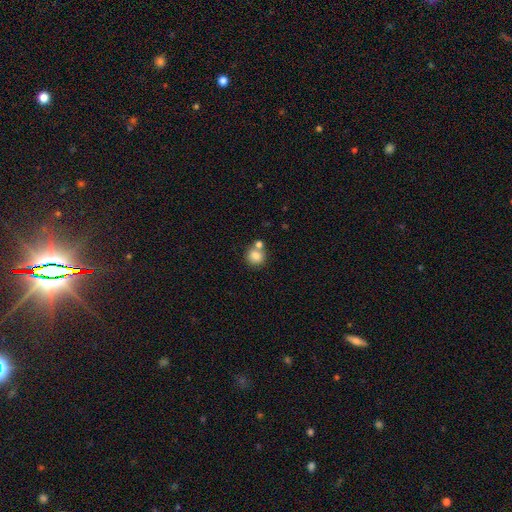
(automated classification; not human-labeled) smooth 82%, star or artifact 10%, featured or disk 8%. Down the decision tree: how rounded — round (85%); merging — none (57%).